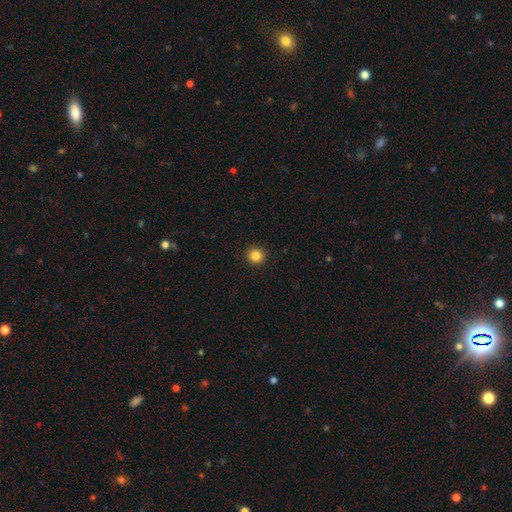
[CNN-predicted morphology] This appears to be a smooth galaxy with no disk features (85%) that is round (94%). Merging: none (93%).